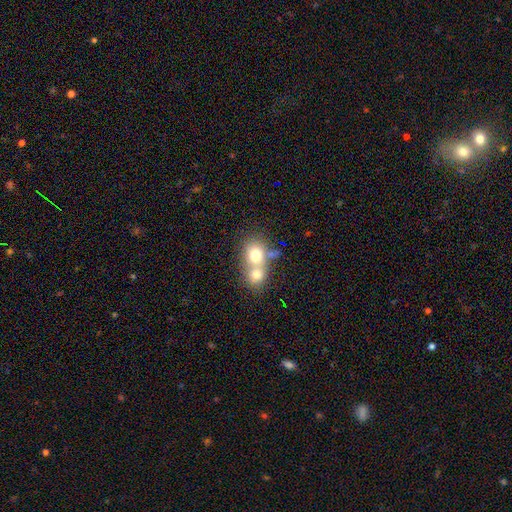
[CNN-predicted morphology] Smooth or featured? Predicted: smooth (p=0.71). How rounded? Predicted: round (p=0.61). Merging? Predicted: merger (p=0.69).